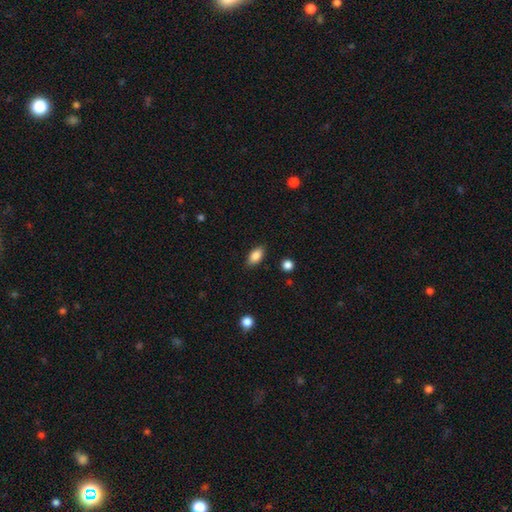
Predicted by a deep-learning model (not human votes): smooth 86%, star or artifact 8%, featured or disk 7%. Down the decision tree: how rounded — in between (89%); merging — none (86%).